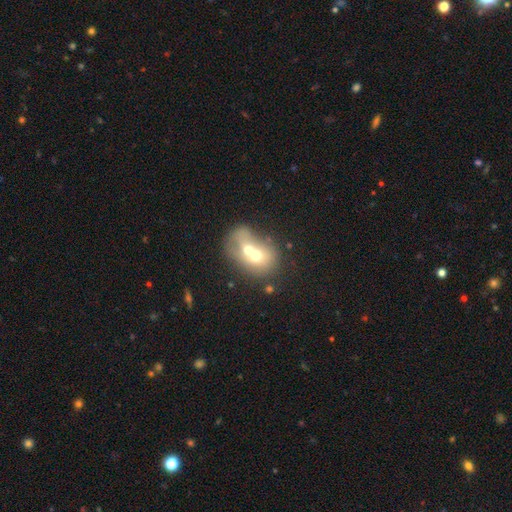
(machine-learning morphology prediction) This appears to be a smooth galaxy with no disk features (57%) that is round (57%). Merging: merger (75%).